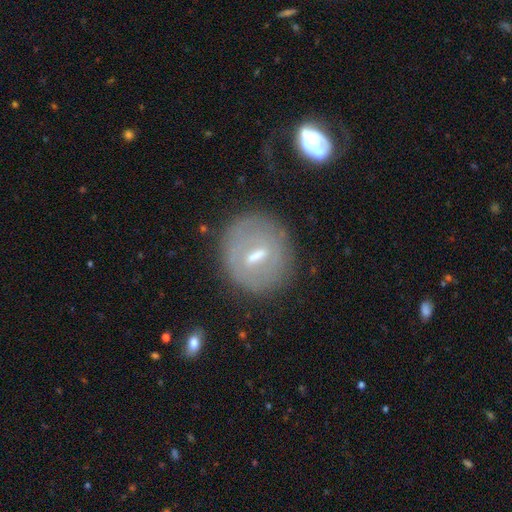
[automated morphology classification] Smooth or featured?
  - featured or disk: 60% *
  - smooth: 30%
  - star or artifact: 9%
Edge-on disk?
  - no: 88% *
  - yes: 12%
Bar?
  - weak: 45% *
  - strong: 41%
  - no: 14%
Spiral arms?
  - no: 68% *
  - yes: 32%
Bulge size?
  - moderate: 56% *
  - small: 34%
  - large: 6%
  - none: 4%
  - dominant: 1%
Merging?
  - none: 76% *
  - minor disturbance: 14%
  - major disturbance: 7%
  - merger: 3%